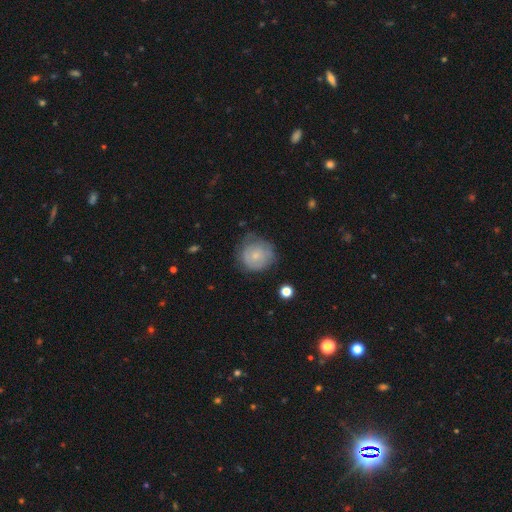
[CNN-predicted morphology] Overall: smooth (59%; featured or disk 34%). How rounded: round (87%). Merging: none (58%; minor disturbance 29%).